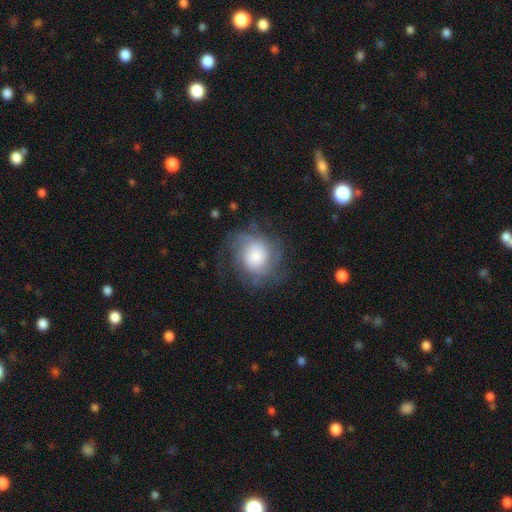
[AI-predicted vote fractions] Smooth or featured? Predicted: featured or disk (p=0.61). Edge-on disk? Predicted: no (p=0.98). Bar? Predicted: no (p=0.76). Spiral arms? Predicted: yes (p=0.88). Spiral winding? Predicted: medium (p=0.42). Spiral arm count? Predicted: can't tell (p=0.31). Bulge size? Predicted: large (p=0.45). Merging? Predicted: none (p=0.61).